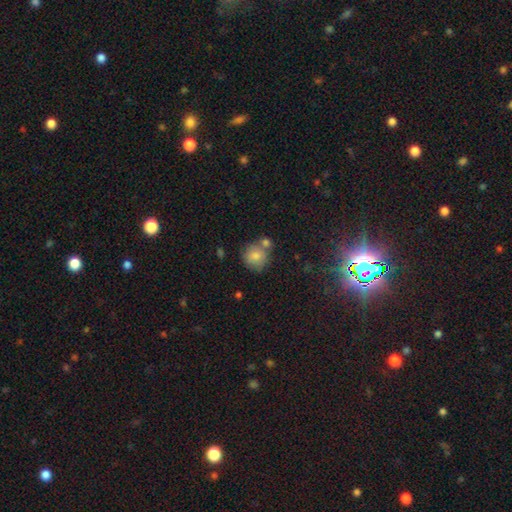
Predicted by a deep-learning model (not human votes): This appears to be a smooth galaxy with no disk features (80%) that is round (87%). Merging: none (57%).